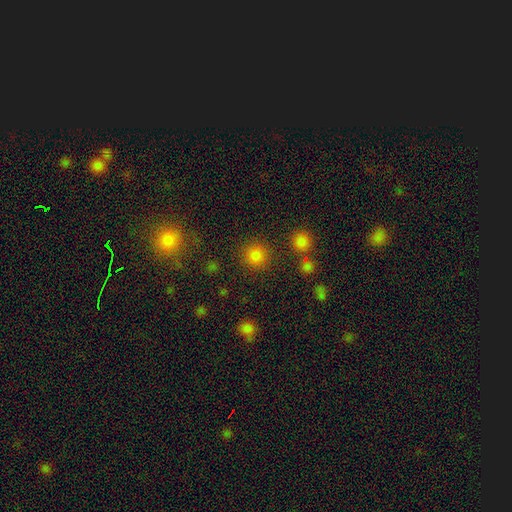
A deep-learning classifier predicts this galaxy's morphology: type=smooth (82%); roundness=round (93%); merging=none (87%).